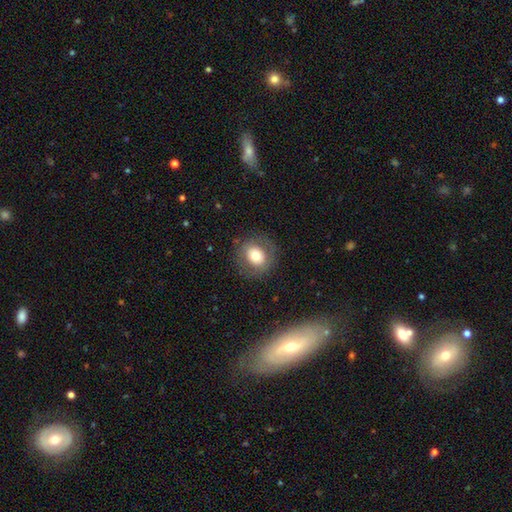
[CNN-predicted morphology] Smooth or featured? smooth (70%)
How rounded? round (76%)
Merging? none (83%)